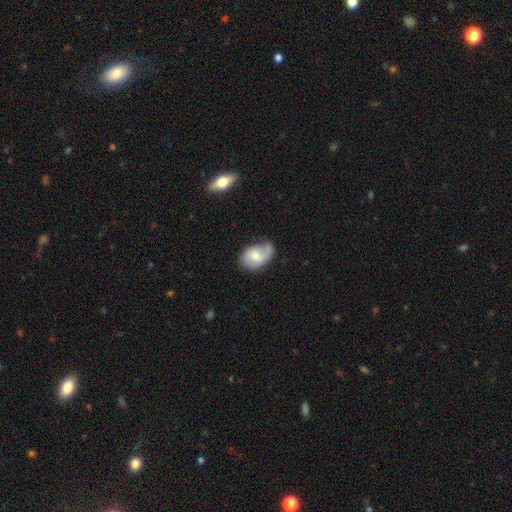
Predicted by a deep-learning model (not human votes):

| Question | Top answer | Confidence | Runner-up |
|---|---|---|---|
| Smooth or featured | featured or disk | 56% | smooth (37%) |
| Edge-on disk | no | 96% | yes (4%) |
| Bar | no | 49% | weak (44%) |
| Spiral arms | yes | 86% | no (14%) |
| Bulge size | moderate | 59% | small (30%) |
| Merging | none | 54% | minor disturbance (32%) |